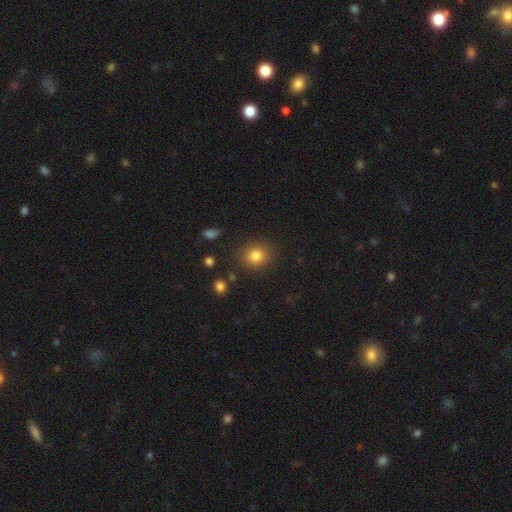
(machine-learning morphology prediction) This is clearly a smooth galaxy (83%). How rounded: clearly round (81%). Merging: clearly none (86%).